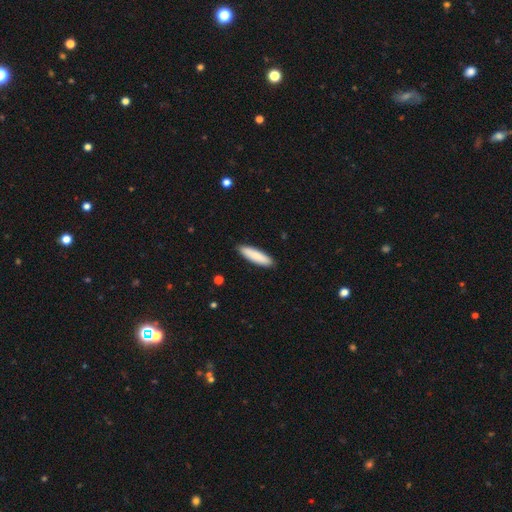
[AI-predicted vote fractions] A smooth galaxy with no disk features (87%) that is cigar-shaped (70%).

Vote fractions:
- Smooth or featured? smooth: 87% / featured or disk: 8% / star or artifact: 5%
- How rounded? cigar-shaped: 70% / in between: 29% / round: 1%
- Merging? none: 90% / minor disturbance: 8% / major disturbance: 1% / merger: 1%